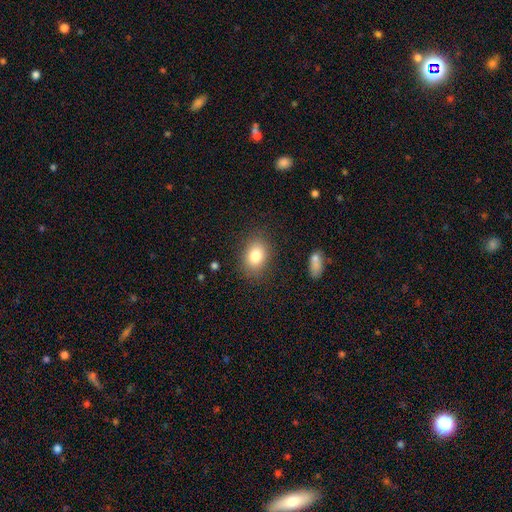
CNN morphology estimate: A smooth galaxy with no disk features (82%) that is in between round and cigar-shaped (67%).

Vote fractions:
- Smooth or featured? smooth: 82% / star or artifact: 10% / featured or disk: 9%
- How rounded? in between: 67% / round: 31% / cigar-shaped: 1%
- Merging? none: 83% / minor disturbance: 11% / major disturbance: 4% / merger: 2%